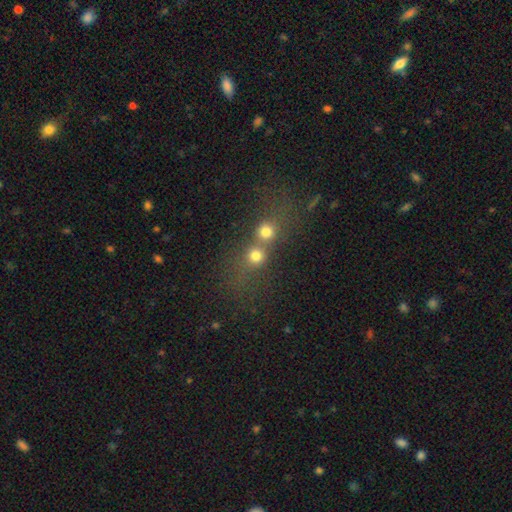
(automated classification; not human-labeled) Overall: smooth (72%). How rounded: round (85%). Merging: merger (57%; none 34%).